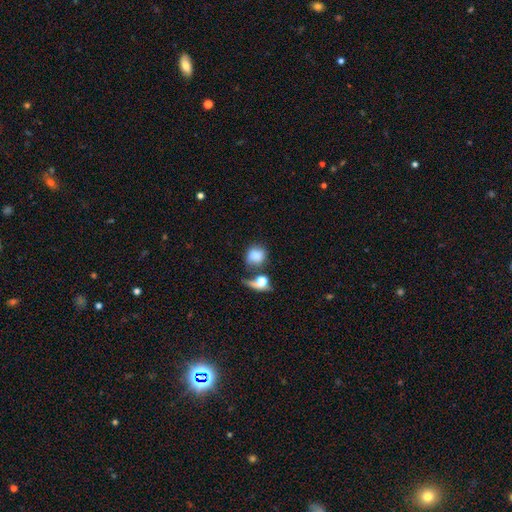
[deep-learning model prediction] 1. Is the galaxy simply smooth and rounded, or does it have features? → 75% smooth, 15% featured or disk, 10% star or artifact.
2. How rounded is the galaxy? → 65% round, 33% in between, 2% cigar-shaped.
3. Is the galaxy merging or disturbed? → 36% none, 31% merger, 17% minor disturbance, 16% major disturbance.